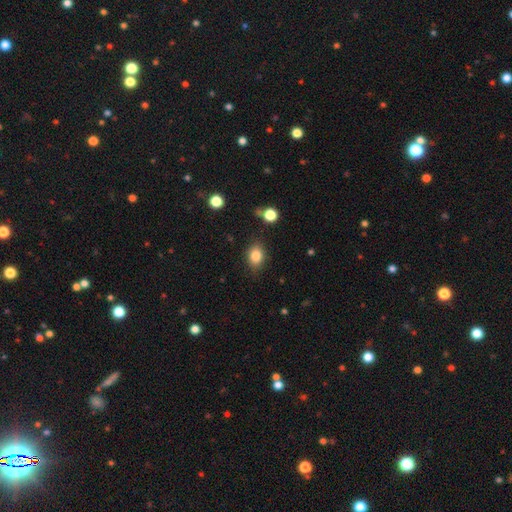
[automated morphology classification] type=smooth (84%); roundness=in between (66%); merging=none (81%).